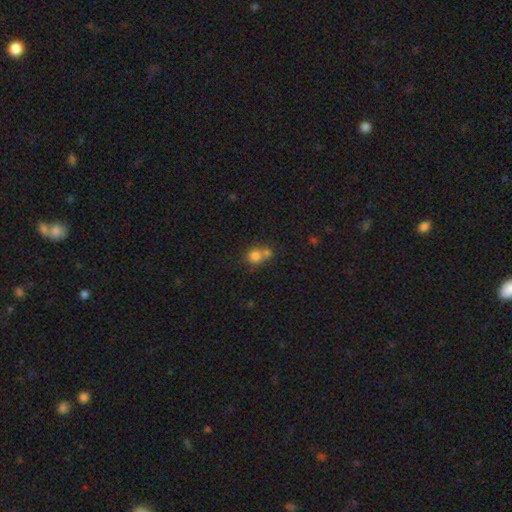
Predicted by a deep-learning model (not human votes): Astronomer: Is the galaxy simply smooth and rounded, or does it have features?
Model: smooth — 79%.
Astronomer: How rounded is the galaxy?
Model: round — 82%.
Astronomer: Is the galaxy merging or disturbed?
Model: merger — 48% (runner-up: none, 41%).